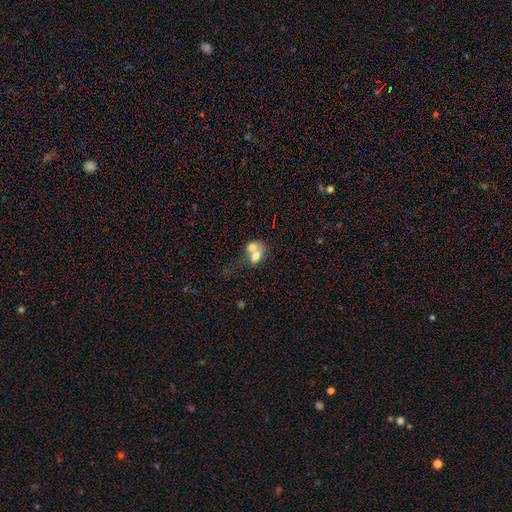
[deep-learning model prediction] This is likely a smooth galaxy (66%). How rounded: possibly in between (53%). Merging: likely merger (72%).